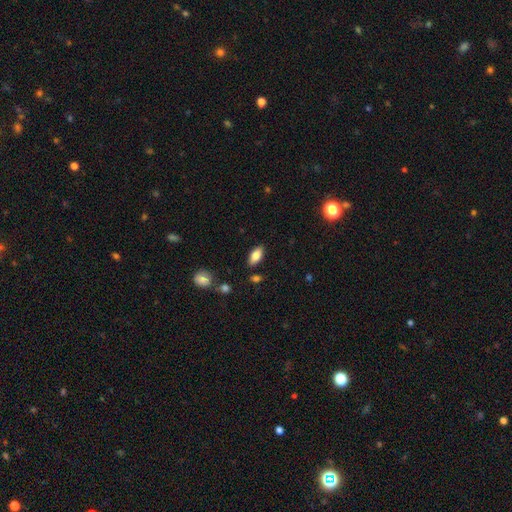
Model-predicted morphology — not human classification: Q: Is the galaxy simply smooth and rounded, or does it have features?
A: smooth — 81%.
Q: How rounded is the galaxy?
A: in between — 89%.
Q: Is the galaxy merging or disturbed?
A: none — 86%.